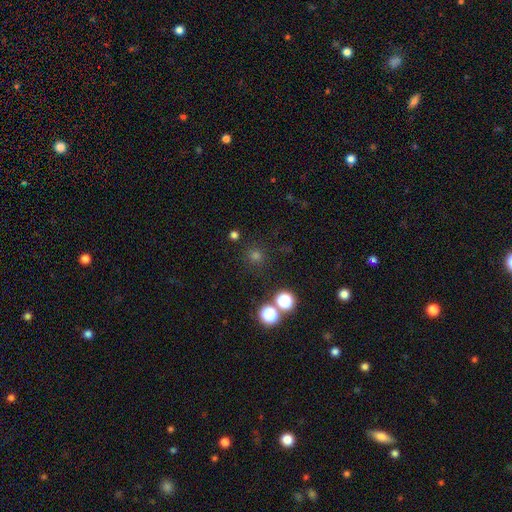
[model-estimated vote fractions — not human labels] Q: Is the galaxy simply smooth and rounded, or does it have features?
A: smooth — 64%.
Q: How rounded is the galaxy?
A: round — 94%.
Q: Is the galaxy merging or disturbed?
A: none — 85%.